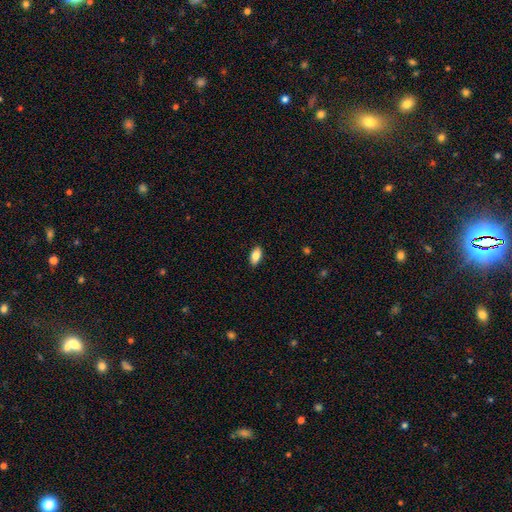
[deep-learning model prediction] Smooth or featured? smooth (84%)
How rounded? in between (92%)
Merging? none (89%)